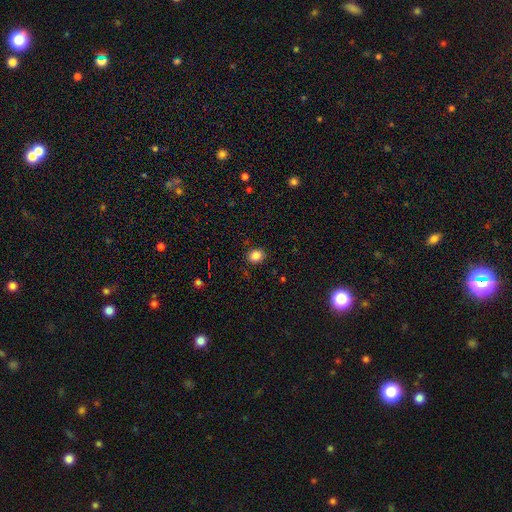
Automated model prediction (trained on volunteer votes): A smooth galaxy with no disk features (83%) that is round (70%).

Vote fractions:
- Smooth or featured? smooth: 83% / star or artifact: 11% / featured or disk: 5%
- How rounded? round: 70% / in between: 30% / cigar-shaped: 1%
- Merging? none: 88% / minor disturbance: 9% / major disturbance: 2% / merger: 1%